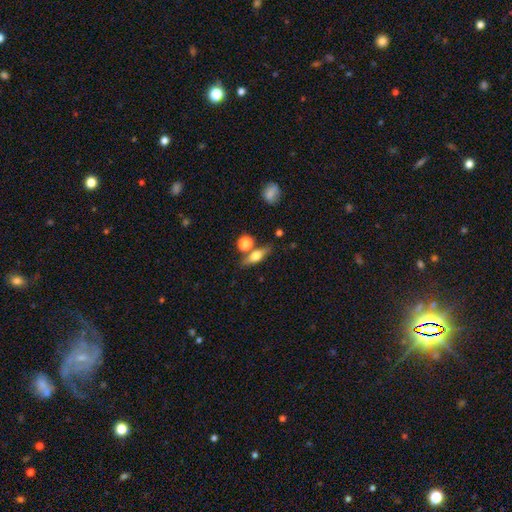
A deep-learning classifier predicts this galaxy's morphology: This appears to be a smooth galaxy with no disk features (50%). Merging: none (72%).